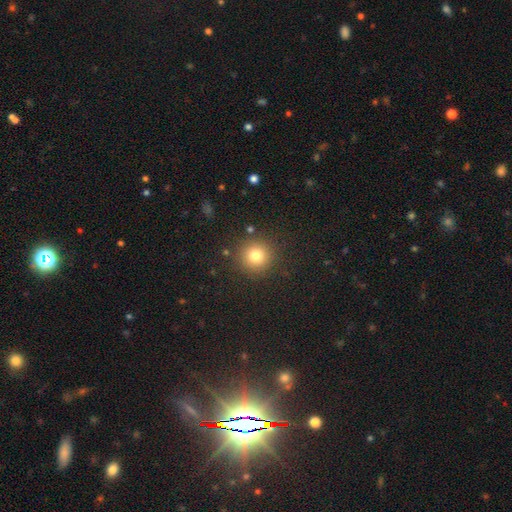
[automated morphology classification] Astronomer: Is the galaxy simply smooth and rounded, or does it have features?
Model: smooth — 79%.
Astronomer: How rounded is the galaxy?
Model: round — 94%.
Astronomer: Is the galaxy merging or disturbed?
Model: none — 88%.